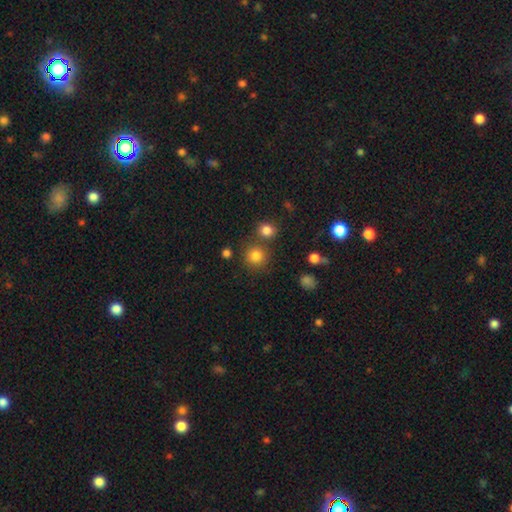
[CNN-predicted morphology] Smooth or featured: smooth — 81% (star or artifact — 14%)
How rounded: round — 91% (in between — 8%)
Merging: none — 75% (merger — 14%)